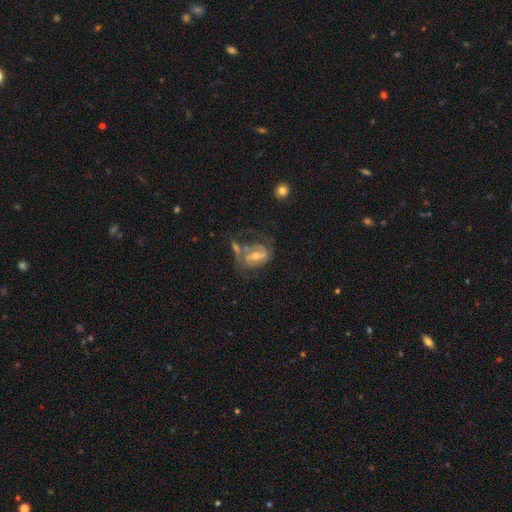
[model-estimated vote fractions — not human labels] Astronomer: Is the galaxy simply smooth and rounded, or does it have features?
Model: featured or disk — 70%.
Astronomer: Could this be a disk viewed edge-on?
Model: no — 96%.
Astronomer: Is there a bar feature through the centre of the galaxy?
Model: weak — 45% (runner-up: no, 29%).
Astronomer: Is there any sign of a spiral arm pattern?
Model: yes — 76%.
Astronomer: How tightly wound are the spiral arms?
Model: medium — 42% (runner-up: tight, 36%).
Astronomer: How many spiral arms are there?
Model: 2 — 58%.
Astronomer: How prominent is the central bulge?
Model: moderate — 55% (runner-up: small, 36%).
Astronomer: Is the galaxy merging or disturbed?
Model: none — 33% (runner-up: major disturbance, 26%).